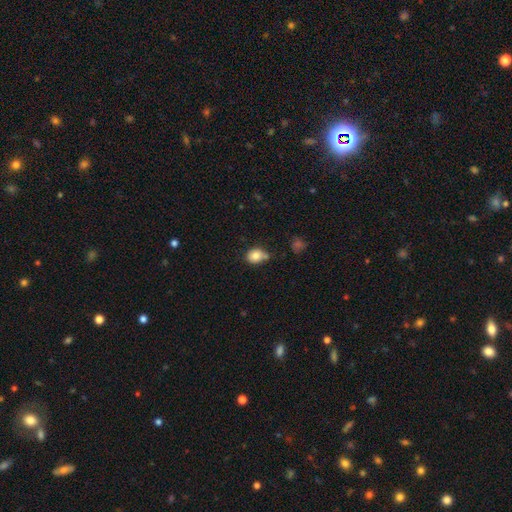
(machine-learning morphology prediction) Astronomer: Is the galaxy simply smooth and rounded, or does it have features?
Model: smooth — 82%.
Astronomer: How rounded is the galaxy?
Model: round — 52% (runner-up: in between, 46%).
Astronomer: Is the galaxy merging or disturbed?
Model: none — 54% (runner-up: minor disturbance, 30%).